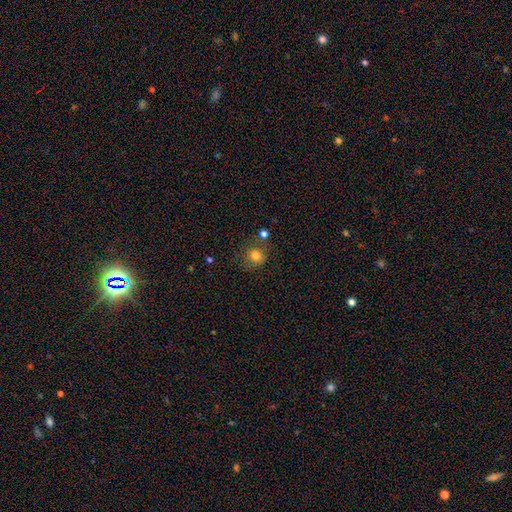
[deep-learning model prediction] Smooth or featured: smooth — 78% (star or artifact — 13%)
How rounded: round — 86% (in between — 13%)
Merging: none — 71% (minor disturbance — 15%)